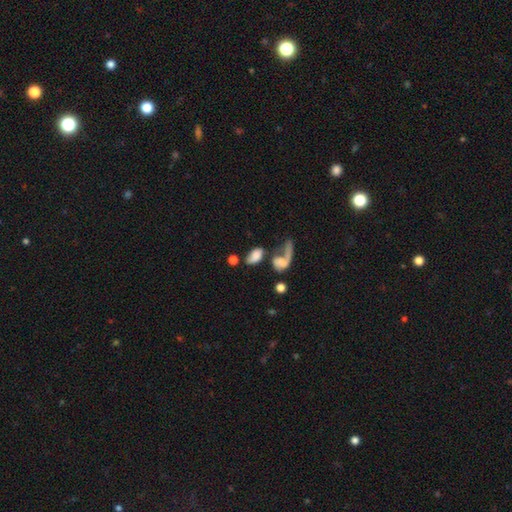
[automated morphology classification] smooth-or-featured: smooth: 68% | featured or disk: 22% | star or artifact: 10%
  how-rounded: in between: 89% | round: 7% | cigar-shaped: 3%
  merging: merger: 38% | none: 27% | major disturbance: 22% | minor disturbance: 13%